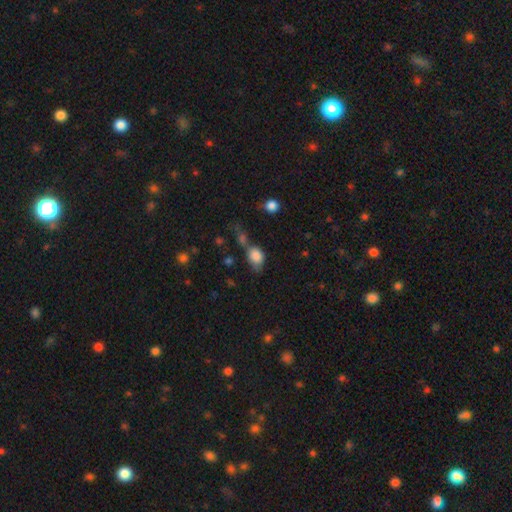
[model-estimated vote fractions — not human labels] Smooth or featured: smooth — 82% (star or artifact — 9%)
How rounded: in between — 67% (round — 31%)
Merging: none — 34% (minor disturbance — 27%)